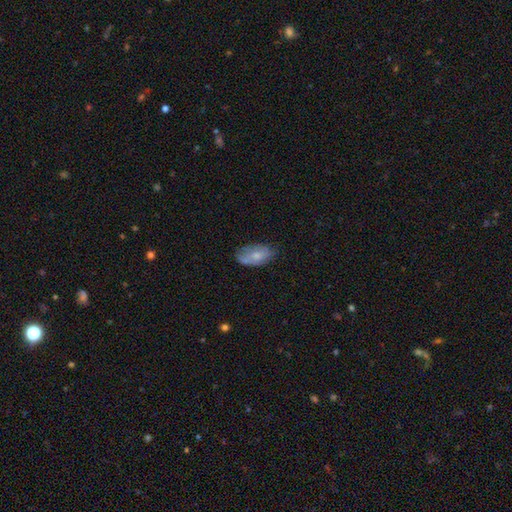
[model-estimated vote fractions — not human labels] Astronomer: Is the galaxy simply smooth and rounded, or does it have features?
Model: smooth — 62%.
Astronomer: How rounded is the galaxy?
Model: in between — 93%.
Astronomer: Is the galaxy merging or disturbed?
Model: none — 61%.